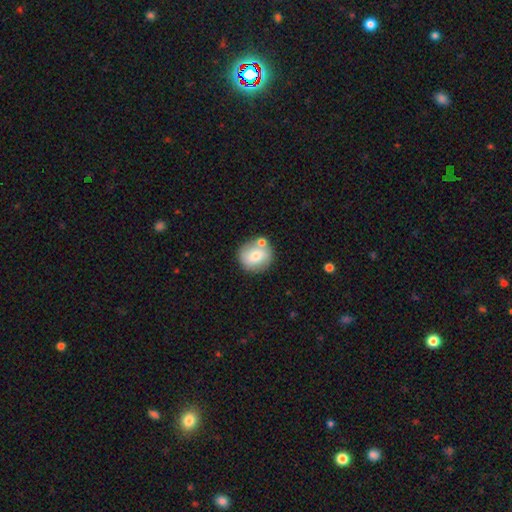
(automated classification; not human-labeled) A smooth galaxy with no disk features (69%) that is round (83%). Merging: none (68%).